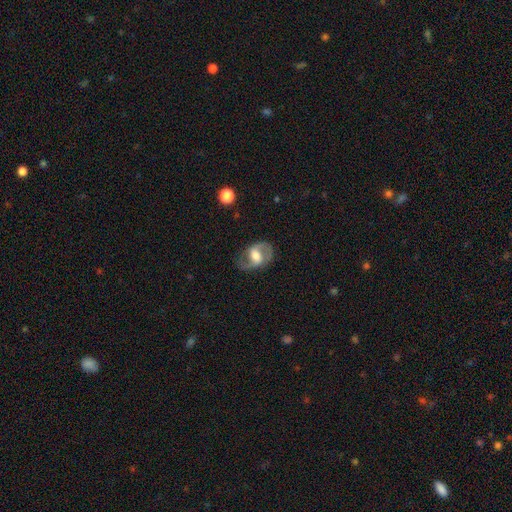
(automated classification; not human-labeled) Smooth or featured: featured or disk — 79% (smooth — 16%)
Edge-on disk: no — 97% (yes — 3%)
Bar: weak — 47% (strong — 28%)
Spiral arms: yes — 90% (no — 10%)
Spiral winding: medium — 54% (loose — 29%)
Spiral arm count: 2 — 90% (can't tell — 4%)
Bulge size: moderate — 56% (large — 22%)
Merging: none — 76% (minor disturbance — 15%)